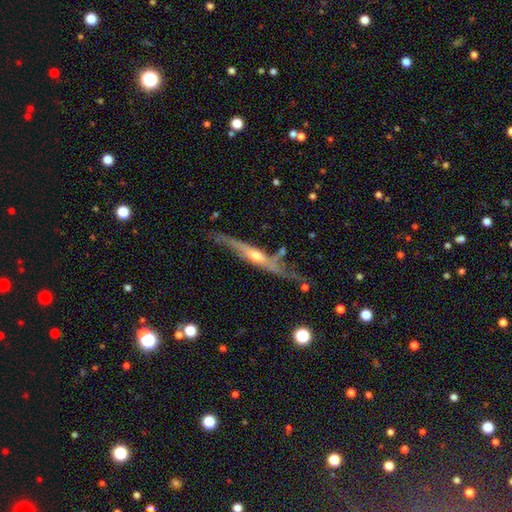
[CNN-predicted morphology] Smooth or featured? Predicted: featured or disk (p=0.78). Edge-on disk? Predicted: yes (p=0.81). Edge-on bulge? Predicted: rounded (p=0.80). Merging? Predicted: none (p=0.56).